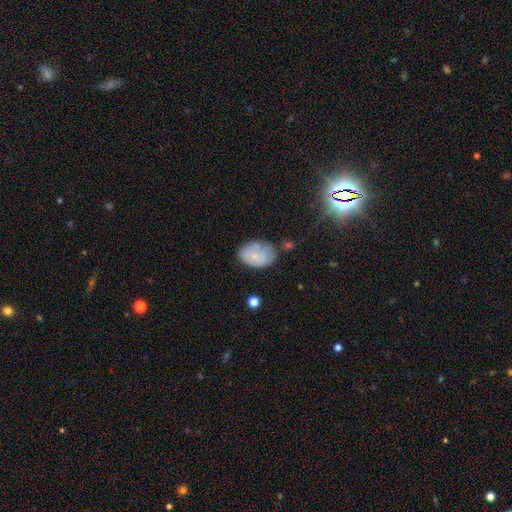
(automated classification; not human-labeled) smooth_or_featured: smooth (p=0.57) [alt: featured or disk p=0.33]
how_rounded: in between (p=0.80) [alt: round p=0.19]
merging: none (p=0.50) [alt: minor disturbance p=0.29]